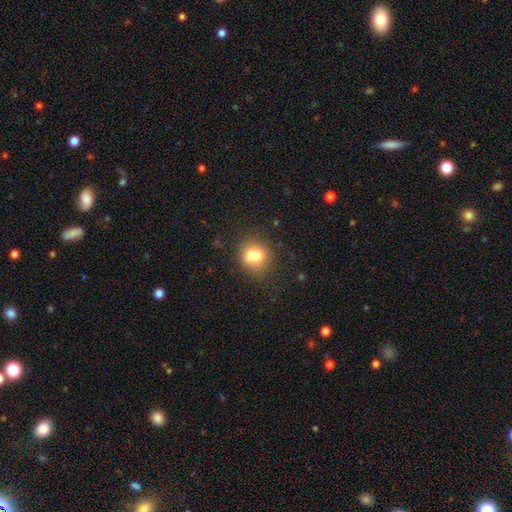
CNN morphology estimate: A smooth galaxy with no disk features (72%) that is round (78%). Merging: none (54%).